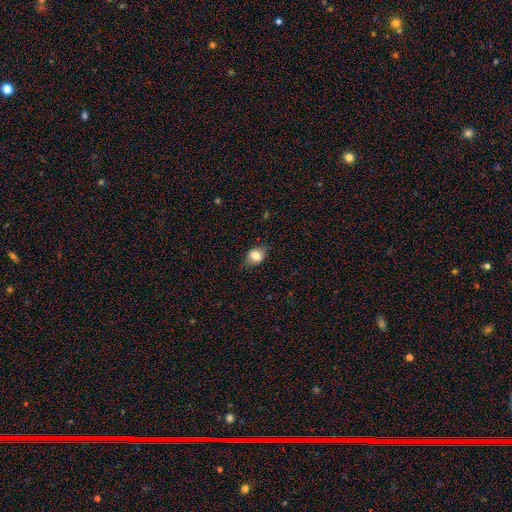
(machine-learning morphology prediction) Smooth or featured? smooth (75%)
How rounded? in between (65%)
Merging? none (77%)